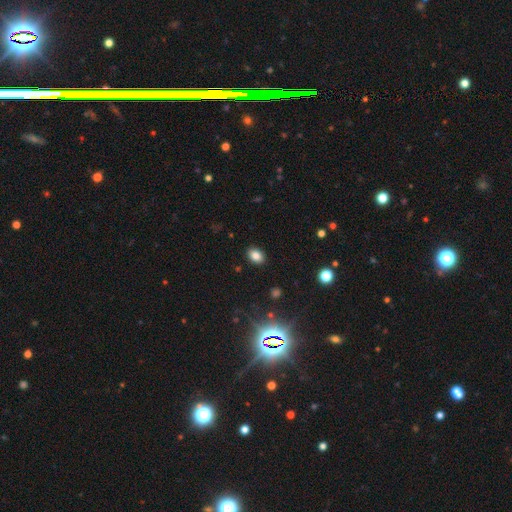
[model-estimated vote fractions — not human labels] This is clearly a smooth galaxy (83%). How rounded: likely in between (73%). Merging: clearly none (88%).